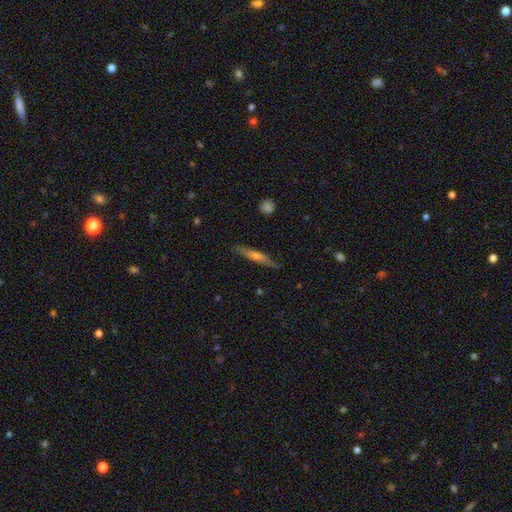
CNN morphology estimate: This is likely a featured or disk galaxy (62%). It is clearly viewed edge-on (95%). Edge-on bulge: likely rounded (69%). Merging: clearly none (88%).